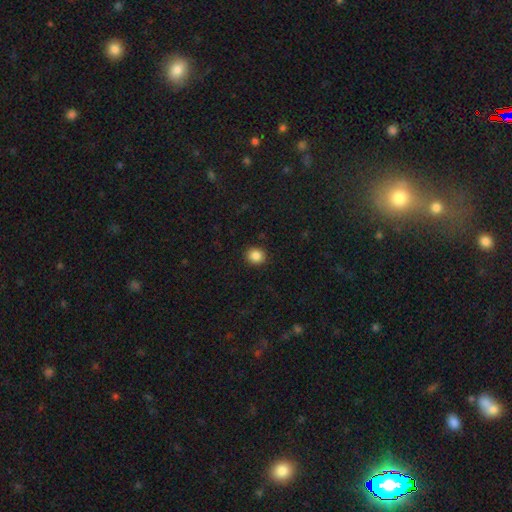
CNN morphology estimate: type=smooth (87%); roundness=round (81%); merging=none (91%).